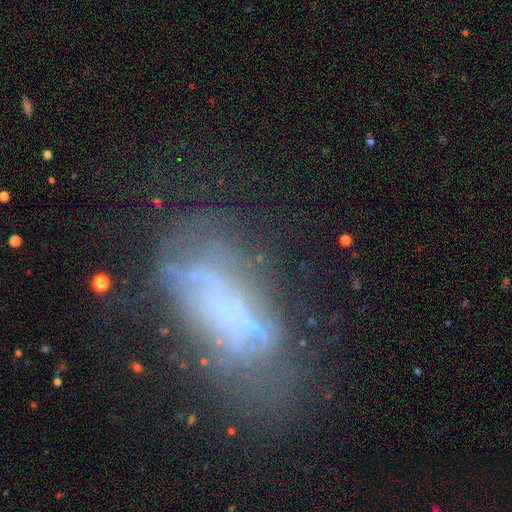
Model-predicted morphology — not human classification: This is possibly a featured or disk galaxy (48%). Merging: marginally none (36%).